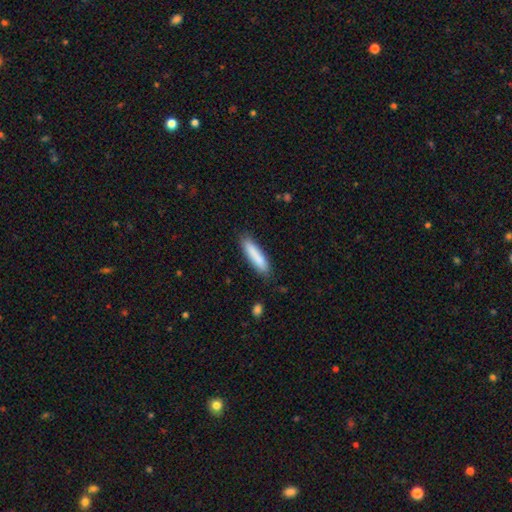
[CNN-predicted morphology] Q: Smooth or featured?
A: smooth (85%); runner-up: featured or disk (9%)
Q: How rounded?
A: cigar-shaped (77%); runner-up: in between (21%)
Q: Merging?
A: none (82%); runner-up: minor disturbance (13%)